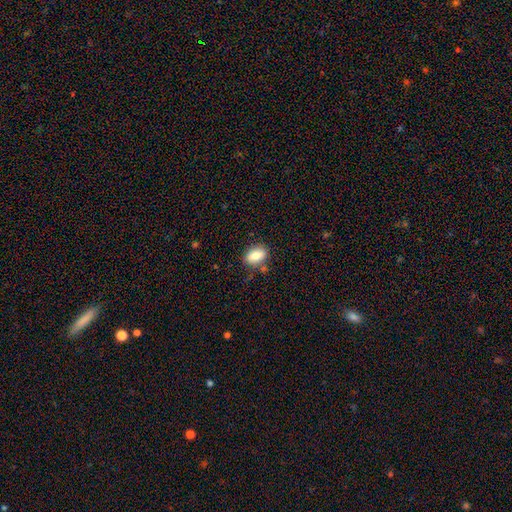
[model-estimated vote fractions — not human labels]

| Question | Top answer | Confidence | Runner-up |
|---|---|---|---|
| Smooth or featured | smooth | 83% | featured or disk (9%) |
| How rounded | in between | 86% | round (10%) |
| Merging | none | 75% | minor disturbance (16%) |